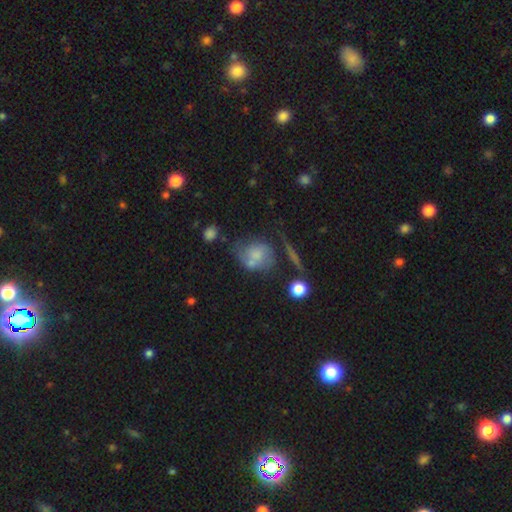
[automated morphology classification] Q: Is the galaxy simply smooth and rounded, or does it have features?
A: smooth — 53%.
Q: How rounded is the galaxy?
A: round — 62%.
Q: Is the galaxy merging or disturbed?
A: none — 42%.